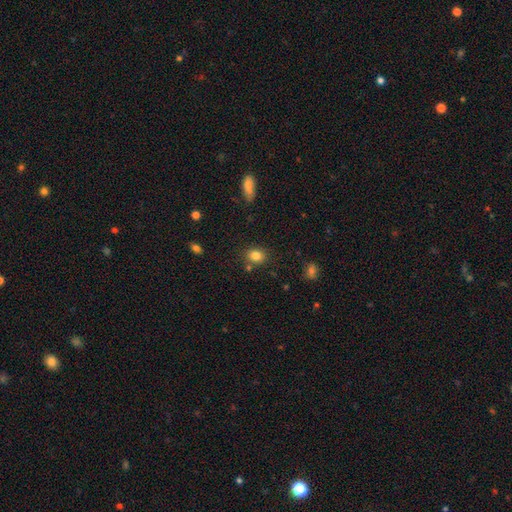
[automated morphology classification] type=smooth (81%); roundness=round (57%); merging=none (78%).